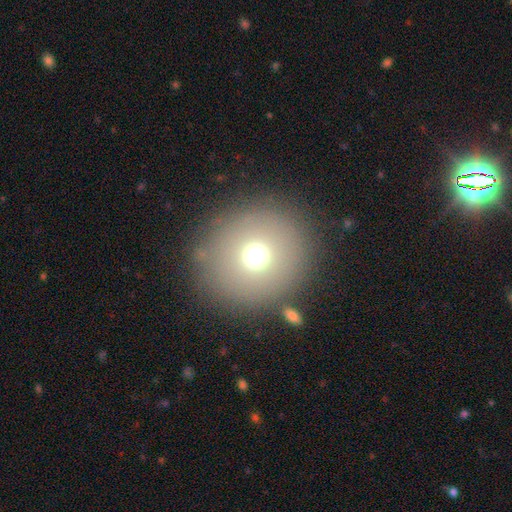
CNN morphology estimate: This appears to be a smooth galaxy with no disk features (67%) that is round (91%). Merging: none (80%).